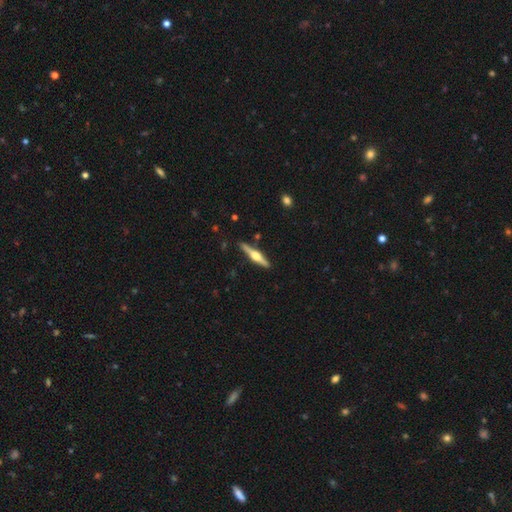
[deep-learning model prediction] Overall: featured or disk (75%). Edge-on disk: yes (98%). Edge-on bulge: rounded (94%). Merging: none (89%).